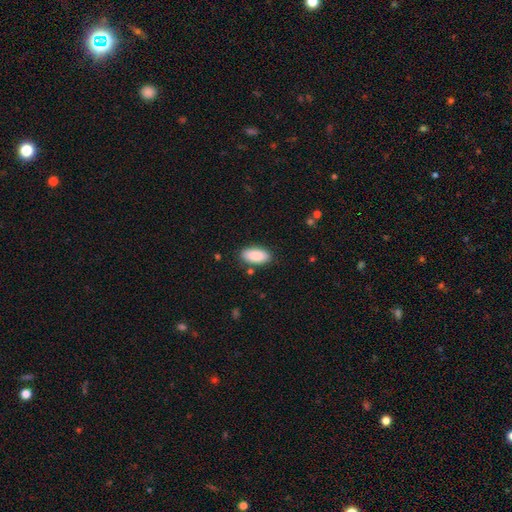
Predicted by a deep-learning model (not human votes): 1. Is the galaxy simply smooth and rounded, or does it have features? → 89% smooth, 6% star or artifact, 5% featured or disk.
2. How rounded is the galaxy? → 92% in between, 6% cigar-shaped, 2% round.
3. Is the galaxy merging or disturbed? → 86% none, 10% minor disturbance, 2% major disturbance, 2% merger.